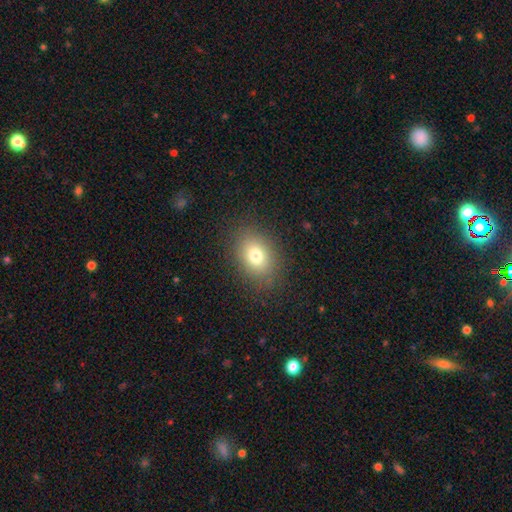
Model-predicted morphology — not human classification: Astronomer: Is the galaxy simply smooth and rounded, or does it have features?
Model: smooth — 77%.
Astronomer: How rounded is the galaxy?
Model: in between — 63%.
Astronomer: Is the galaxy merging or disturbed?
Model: none — 85%.